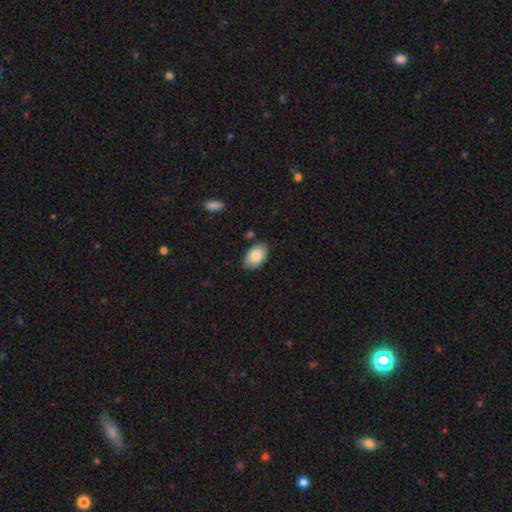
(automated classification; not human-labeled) smooth 84%, featured or disk 10%, star or artifact 6%. Down the decision tree: how rounded — in between (93%); merging — none (83%).